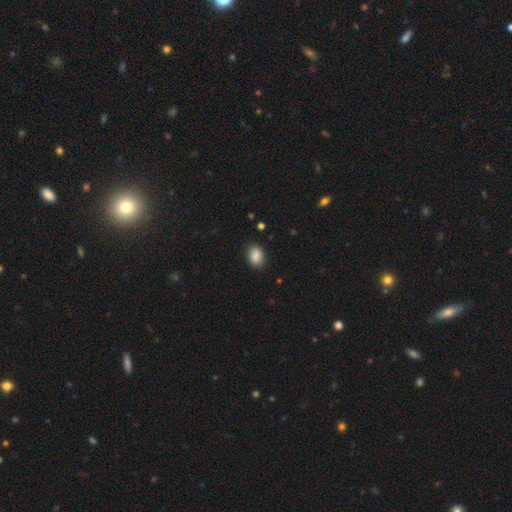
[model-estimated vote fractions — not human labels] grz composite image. It shows a smooth galaxy with no disk features (88%) that is in between round and cigar-shaped (75%). Merging: none (85%).